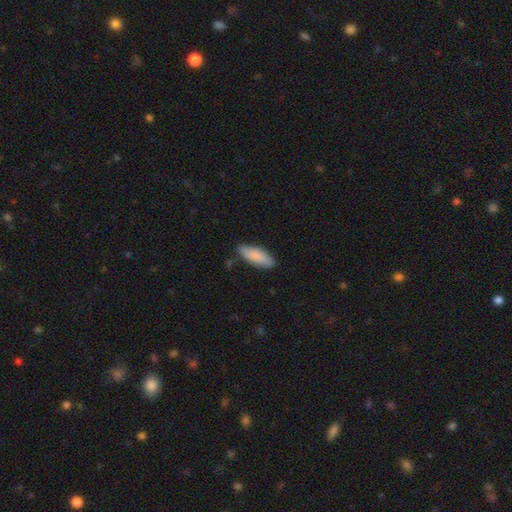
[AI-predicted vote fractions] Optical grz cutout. It shows a smooth galaxy with no disk features (87%) that is in between round and cigar-shaped (68%). Merging: none (83%).